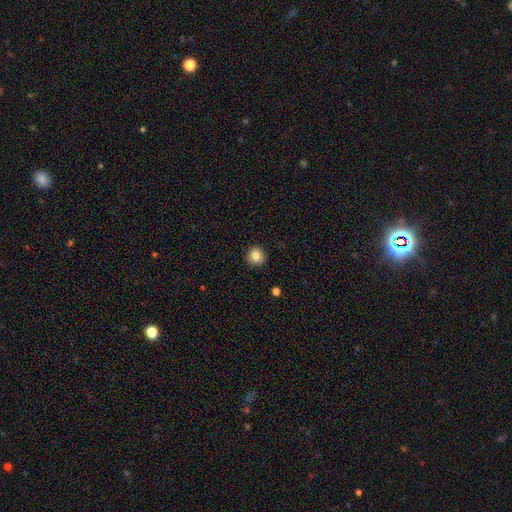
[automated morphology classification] type=smooth (85%); roundness=round (91%); merging=none (90%).